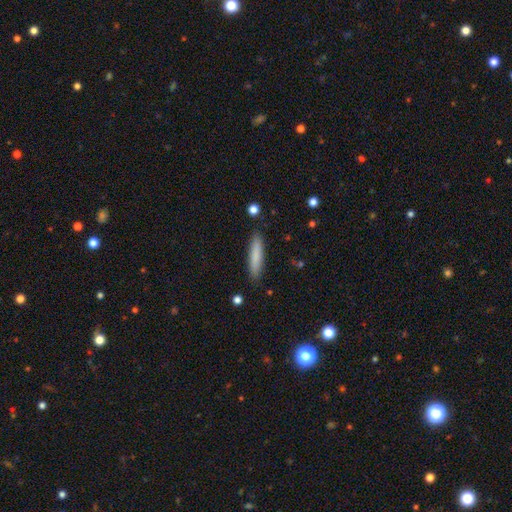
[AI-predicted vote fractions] Q: Smooth or featured?
A: smooth (81%); runner-up: featured or disk (12%)
Q: How rounded?
A: cigar-shaped (86%); runner-up: in between (13%)
Q: Merging?
A: none (88%); runner-up: minor disturbance (9%)